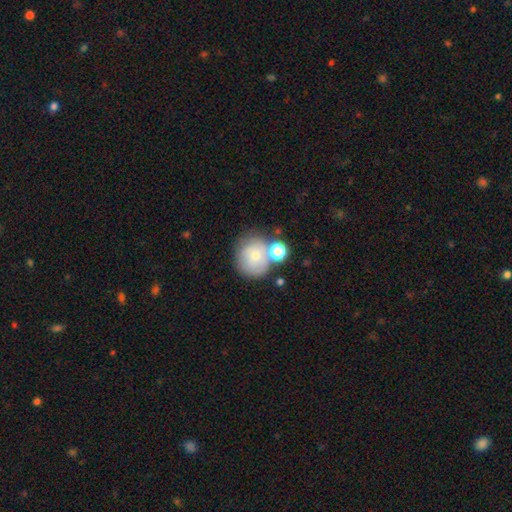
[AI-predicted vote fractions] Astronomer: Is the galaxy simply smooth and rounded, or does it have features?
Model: smooth — 67%.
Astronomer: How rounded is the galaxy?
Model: round — 88%.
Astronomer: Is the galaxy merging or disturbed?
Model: none — 51% (runner-up: merger, 26%).